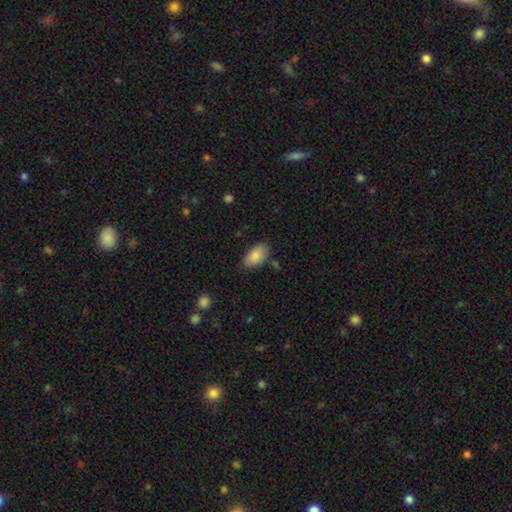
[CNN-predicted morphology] A smooth galaxy with no disk features (86%) that is in between round and cigar-shaped (94%). Merging: none (78%).